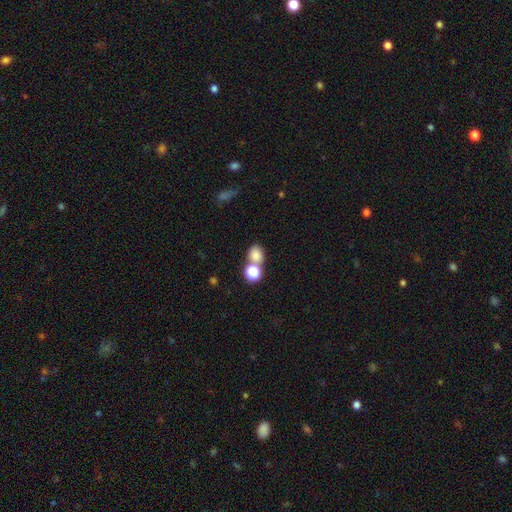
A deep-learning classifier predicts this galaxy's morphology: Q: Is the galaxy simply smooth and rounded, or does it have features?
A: smooth — 77%.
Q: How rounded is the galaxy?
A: round — 60%.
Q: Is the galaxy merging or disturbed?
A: none — 49%.